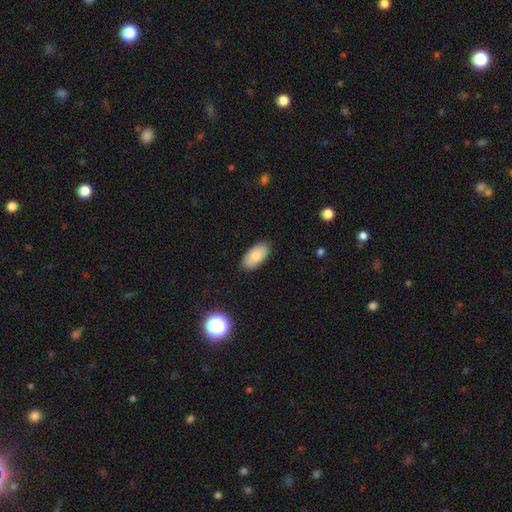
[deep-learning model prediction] A smooth galaxy with no disk features (81%) that is in between round and cigar-shaped (93%).

Vote fractions:
- Smooth or featured? smooth: 81% / featured or disk: 12% / star or artifact: 7%
- How rounded? in between: 93% / cigar-shaped: 4% / round: 3%
- Merging? none: 87% / minor disturbance: 10% / major disturbance: 2% / merger: 1%